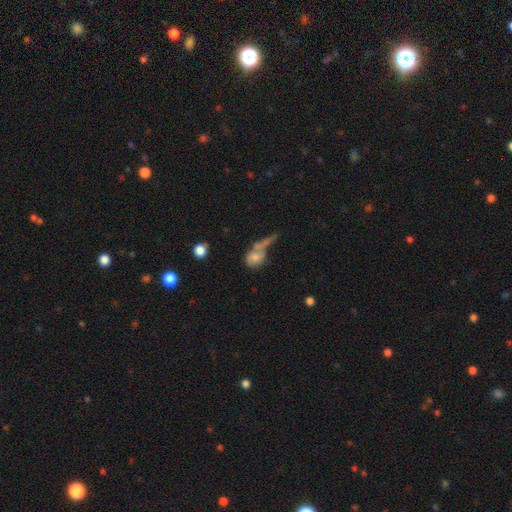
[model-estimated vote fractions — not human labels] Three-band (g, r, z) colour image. It shows a smooth galaxy with no disk features (68%) that is round (49%). Merging: merger (43%).